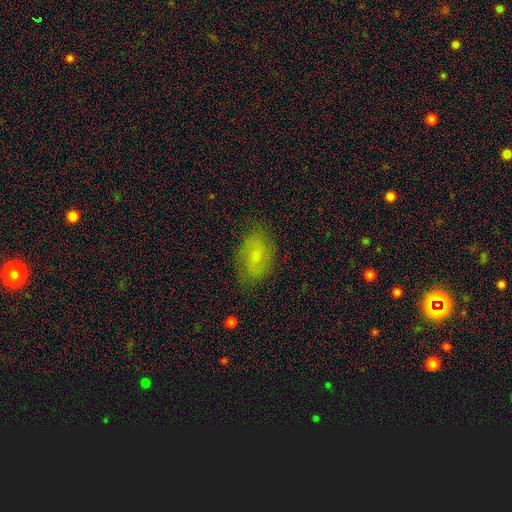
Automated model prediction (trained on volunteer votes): Smooth or featured? smooth (65%)
How rounded? in between (88%)
Merging? none (78%)